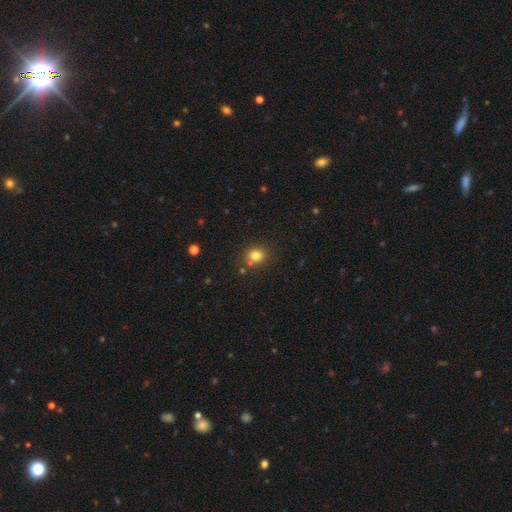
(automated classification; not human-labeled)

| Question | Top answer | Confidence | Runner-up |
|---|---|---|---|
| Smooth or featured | smooth | 79% | star or artifact (13%) |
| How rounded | round | 66% | in between (33%) |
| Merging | none | 71% | merger (13%) |